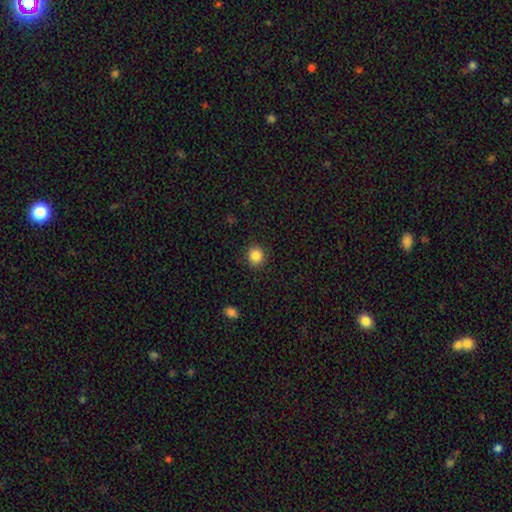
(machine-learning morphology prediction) A smooth galaxy with no disk features (86%) that is round (88%). Merging: none (91%).